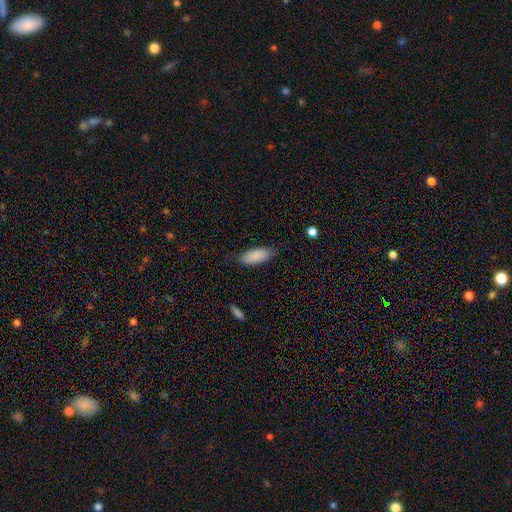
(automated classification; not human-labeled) A smooth galaxy with no disk features (87%) that is in between round and cigar-shaped (78%).

Vote fractions:
- Smooth or featured? smooth: 87% / featured or disk: 7% / star or artifact: 6%
- How rounded? in between: 78% / cigar-shaped: 20% / round: 2%
- Merging? none: 81% / minor disturbance: 15% / major disturbance: 3% / merger: 1%